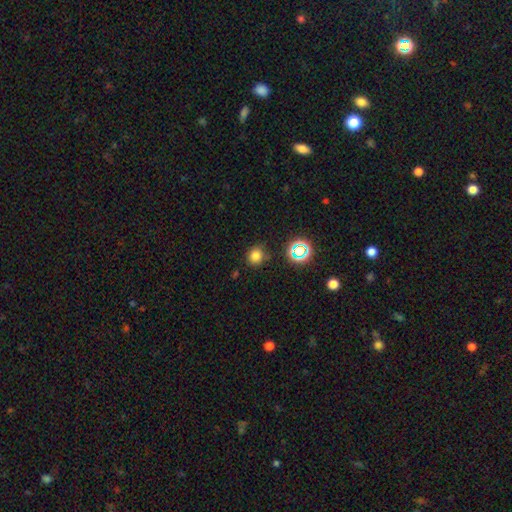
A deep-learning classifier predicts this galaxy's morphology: The model was most divided on "smooth or featured": smooth: 75%, star or artifact: 19%, featured or disk: 5%. More confident: how rounded — round (84%); merging — none (80%).